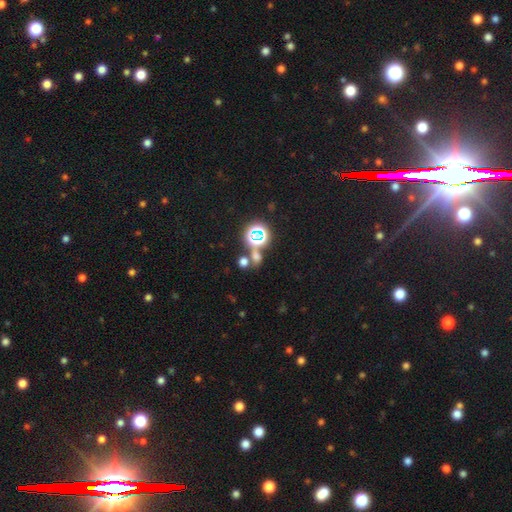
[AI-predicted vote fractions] The model was most divided on "smooth or featured": smooth: 49%, star or artifact: 43%, featured or disk: 8%. More confident: merging — none (56%).